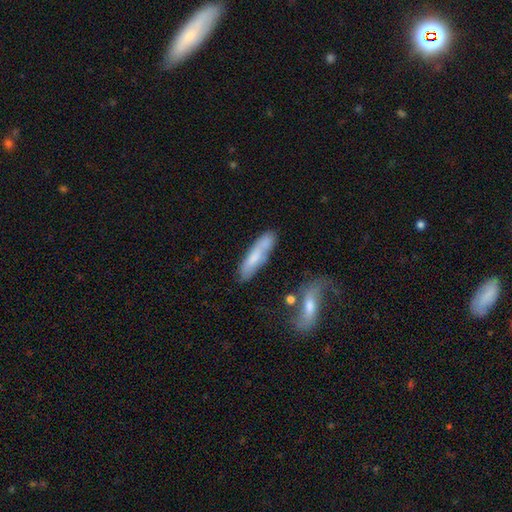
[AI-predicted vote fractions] A smooth galaxy with no disk features (64%) that is cigar-shaped (73%).

Vote fractions:
- Smooth or featured? smooth: 64% / featured or disk: 29% / star or artifact: 7%
- How rounded? cigar-shaped: 73% / in between: 25% / round: 2%
- Merging? none: 65% / minor disturbance: 20% / merger: 10% / major disturbance: 5%